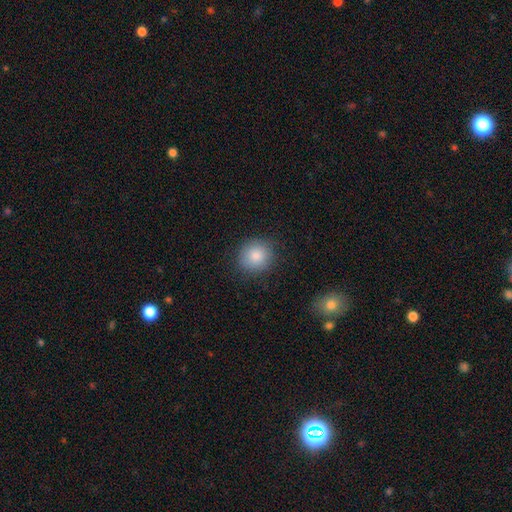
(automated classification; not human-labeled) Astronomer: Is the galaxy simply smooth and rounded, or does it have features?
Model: smooth — 84%.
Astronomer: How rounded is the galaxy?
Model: round — 85%.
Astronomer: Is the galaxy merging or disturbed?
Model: none — 88%.